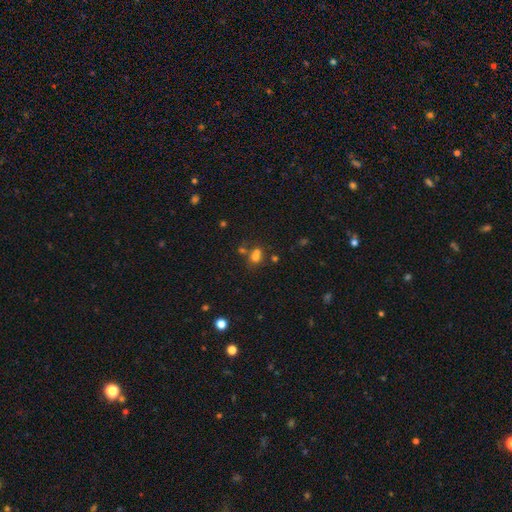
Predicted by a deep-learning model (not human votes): The model was most divided on "merging": merger: 44%, none: 40%, minor disturbance: 10%, major disturbance: 5%. More confident: smooth or featured — smooth (66%); how rounded — round (59%).